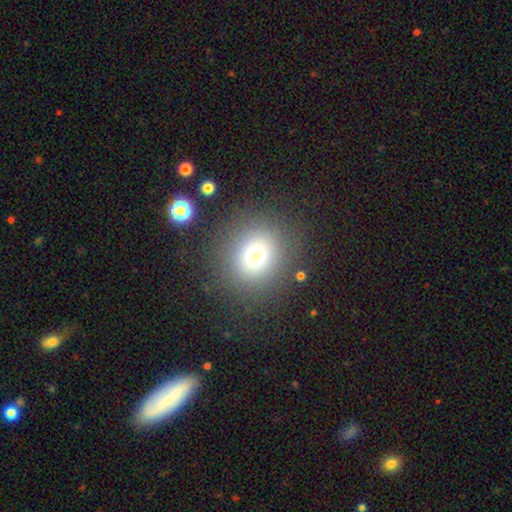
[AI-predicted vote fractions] Smooth or featured? Predicted: smooth (p=0.72). How rounded? Predicted: round (p=0.87). Merging? Predicted: none (p=0.85).